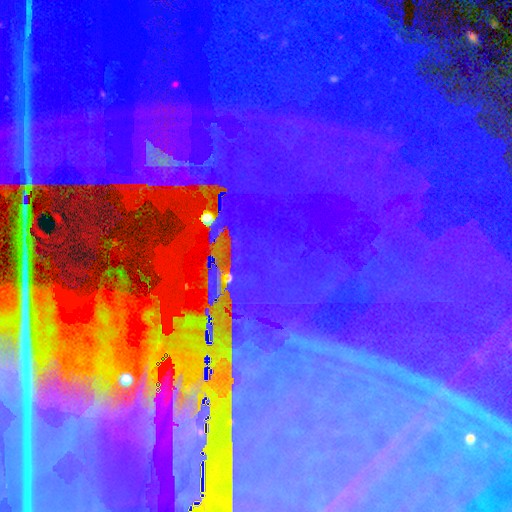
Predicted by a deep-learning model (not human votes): Morphology: type=star or artifact (88%).